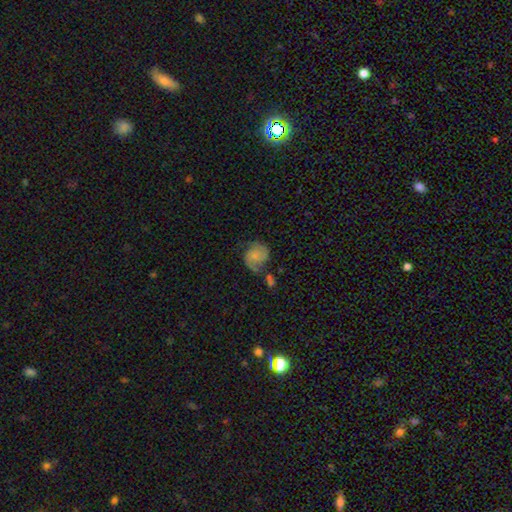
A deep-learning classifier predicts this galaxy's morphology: featured or disk 52%, smooth 40%, star or artifact 9%. Down the decision tree: edge-on disk — no (98%); bar — no (74%); spiral arms — yes (88%); bulge size — small (44%); merging — none (48%).